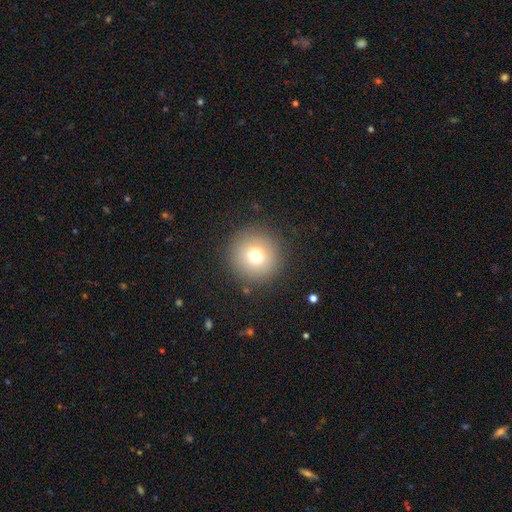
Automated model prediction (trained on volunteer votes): Q: Smooth or featured?
A: smooth (74%); runner-up: star or artifact (14%)
Q: How rounded?
A: round (96%); runner-up: in between (3%)
Q: Merging?
A: none (89%); runner-up: minor disturbance (7%)